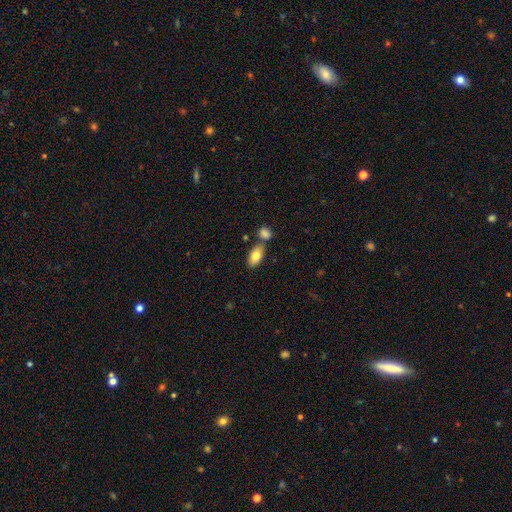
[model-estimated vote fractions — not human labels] Overall: smooth (80%). How rounded: in between (92%). Merging: none (65%).